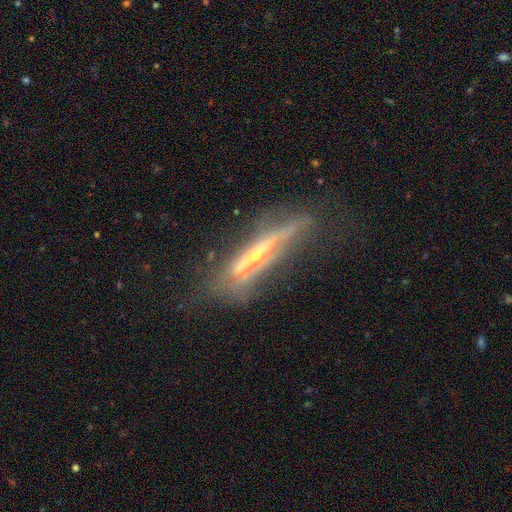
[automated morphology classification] This appears to be a featured or disk galaxy (77%) viewed edge-on (85%) with a rounded central bulge (72%). Merging: none (56%).